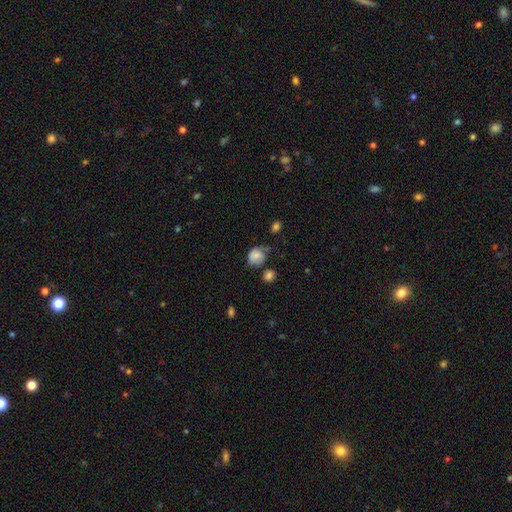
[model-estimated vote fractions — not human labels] The model was most divided on "merging": none: 39%, minor disturbance: 36%, major disturbance: 18%, merger: 7%. More confident: smooth or featured — smooth (76%); how rounded — round (66%).